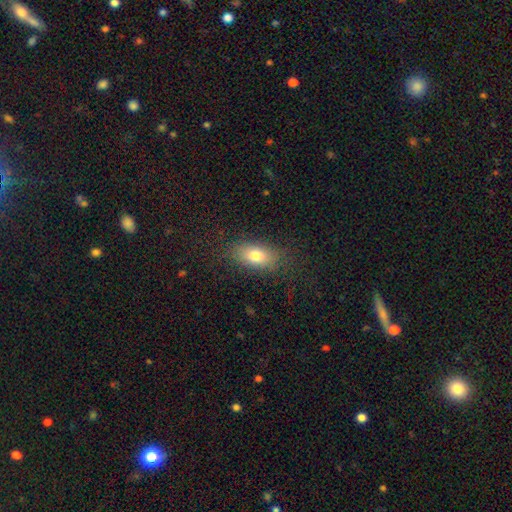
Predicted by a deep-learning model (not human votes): A smooth galaxy with no disk features (77%) that is in between round and cigar-shaped (87%).

Vote fractions:
- Smooth or featured? smooth: 77% / featured or disk: 13% / star or artifact: 9%
- How rounded? in between: 87% / round: 8% / cigar-shaped: 5%
- Merging? none: 81% / minor disturbance: 13% / major disturbance: 6% / merger: 1%